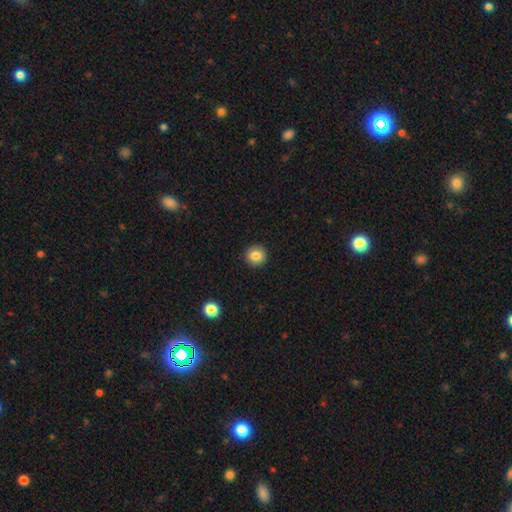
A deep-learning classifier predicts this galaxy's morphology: A smooth galaxy with no disk features (85%) that is round (93%). Merging: none (93%).